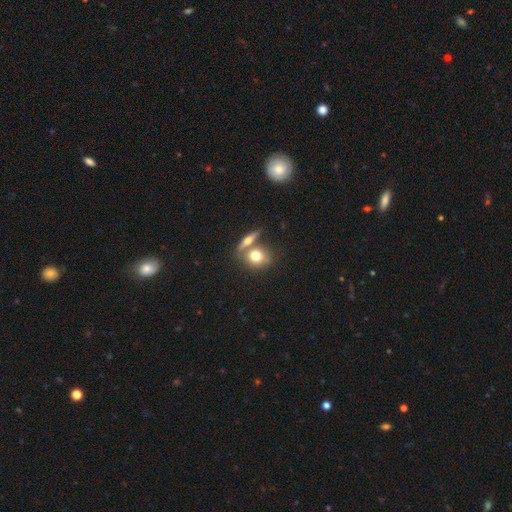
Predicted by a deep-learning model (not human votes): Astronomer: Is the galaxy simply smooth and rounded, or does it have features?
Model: smooth — 69%.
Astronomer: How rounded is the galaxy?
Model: round — 62%.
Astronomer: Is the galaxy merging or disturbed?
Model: none — 51% (runner-up: merger, 35%).